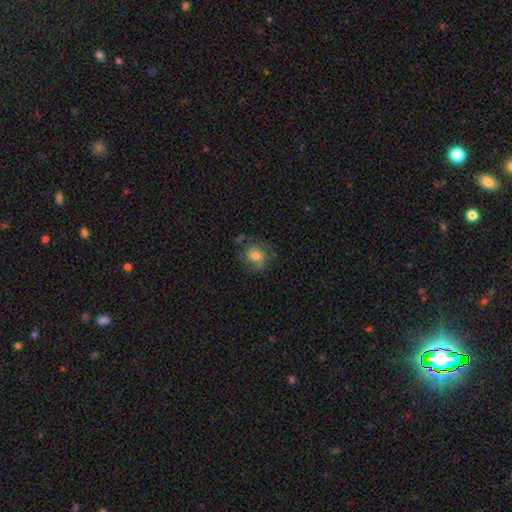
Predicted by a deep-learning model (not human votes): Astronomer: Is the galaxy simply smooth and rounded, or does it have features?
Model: smooth — 58%.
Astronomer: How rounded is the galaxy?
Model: round — 73%.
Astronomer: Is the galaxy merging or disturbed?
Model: none — 64%.